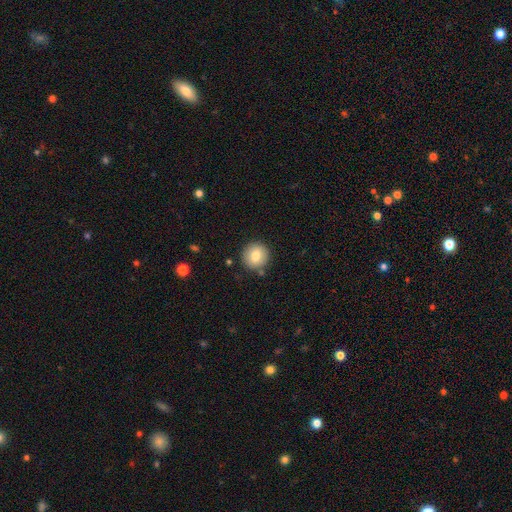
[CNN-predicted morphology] A smooth galaxy with no disk features (78%) that is round (94%).

Vote fractions:
- Smooth or featured? smooth: 78% / featured or disk: 13% / star or artifact: 9%
- How rounded? round: 94% / in between: 5% / cigar-shaped: 1%
- Merging? none: 87% / minor disturbance: 8% / merger: 3% / major disturbance: 2%